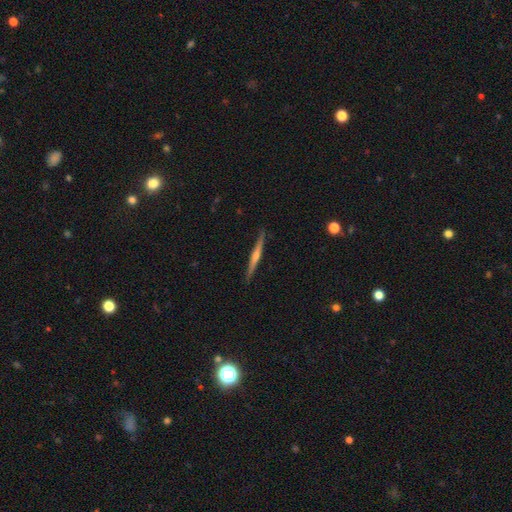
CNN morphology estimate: The model was most divided on "smooth or featured": featured or disk: 76%, smooth: 18%, star or artifact: 6%. More confident: edge-on disk — yes (98%); merging — none (91%); edge-on bulge — rounded (75%).